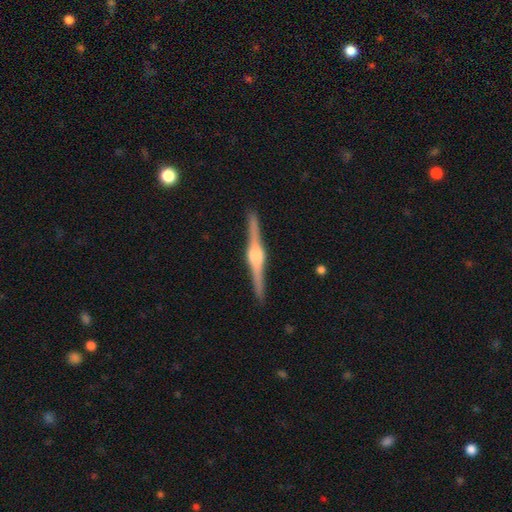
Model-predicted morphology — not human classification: Smooth or featured?
  - featured or disk: 86% *
  - smooth: 9%
  - star or artifact: 5%
Edge-on disk?
  - yes: 98% *
  - no: 2%
Edge-on bulge?
  - rounded: 85% *
  - boxy: 13%
  - none: 2%
Merging?
  - none: 91% *
  - minor disturbance: 7%
  - major disturbance: 1%
  - merger: 1%